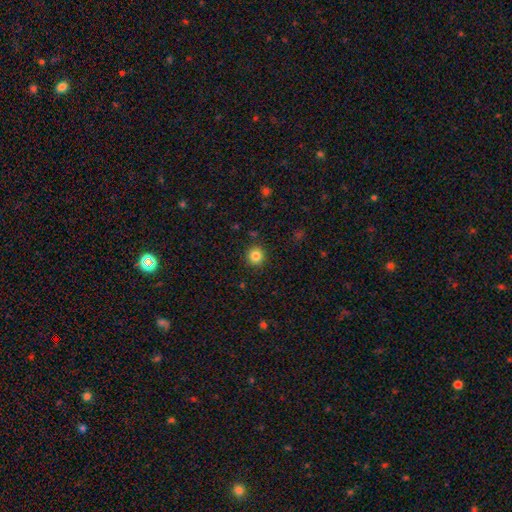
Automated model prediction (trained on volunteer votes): This is clearly a smooth galaxy (84%). How rounded: clearly round (92%). Merging: clearly none (90%).